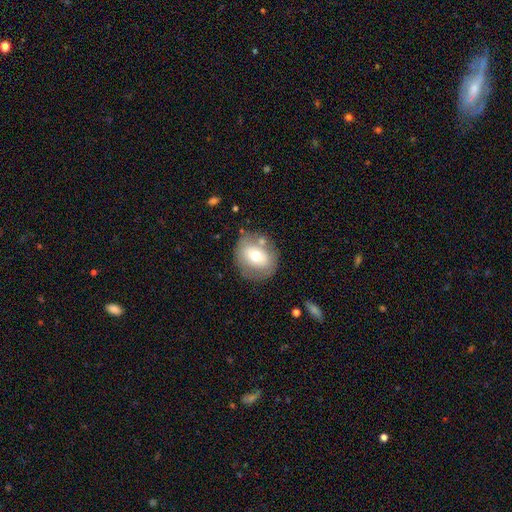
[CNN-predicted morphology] The model was most divided on "smooth or featured": smooth: 58%, featured or disk: 34%, star or artifact: 9%. More confident: merging — none (71%); how rounded — round (69%).